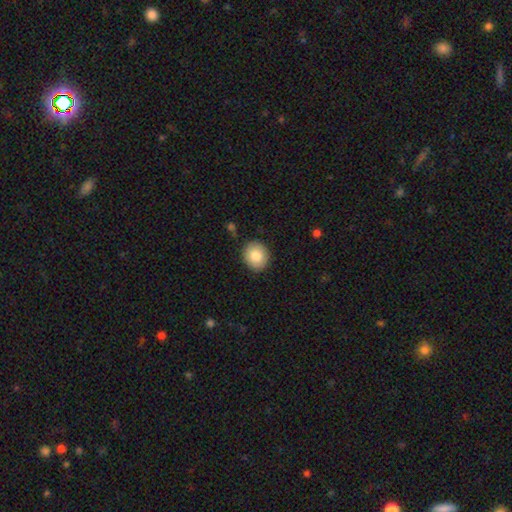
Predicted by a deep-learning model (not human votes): Overall: smooth (82%). How rounded: round (77%). Merging: none (90%).